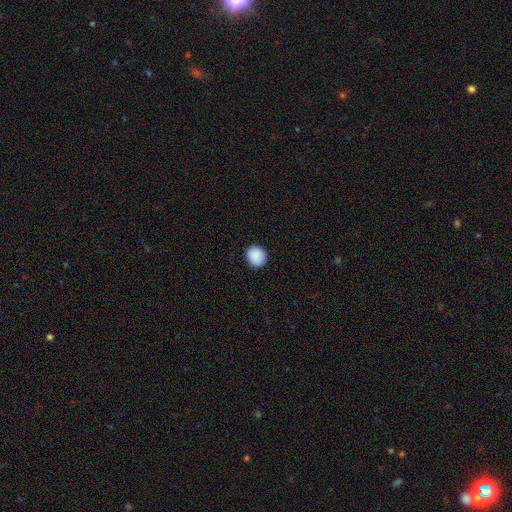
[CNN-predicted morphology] The model was most divided on "how rounded": round: 84%, in between: 15%, cigar-shaped: 1%. More confident: merging — none (91%); smooth or featured — smooth (90%).